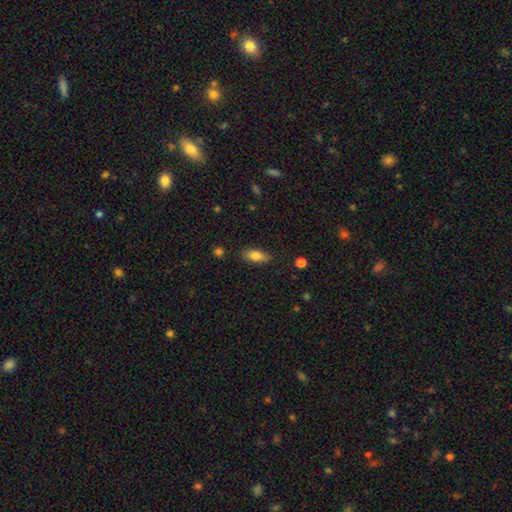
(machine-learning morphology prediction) This is likely a smooth galaxy (78%). How rounded: likely in between (80%). Merging: clearly none (82%).